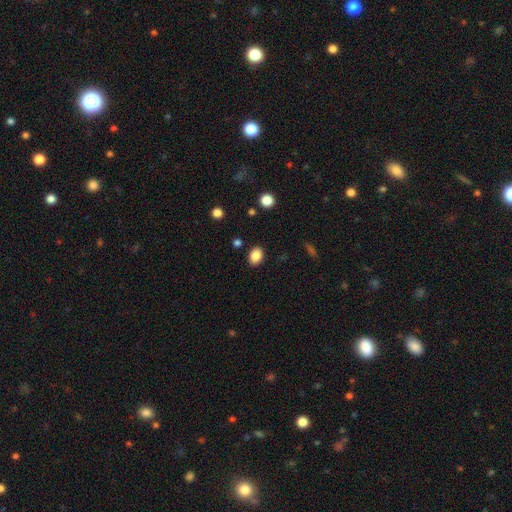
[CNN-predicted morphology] A smooth galaxy with no disk features (86%) that is in between round and cigar-shaped (69%).

Vote fractions:
- Smooth or featured? smooth: 86% / star or artifact: 9% / featured or disk: 5%
- How rounded? in between: 69% / round: 30% / cigar-shaped: 1%
- Merging? none: 87% / minor disturbance: 9% / major disturbance: 2% / merger: 2%